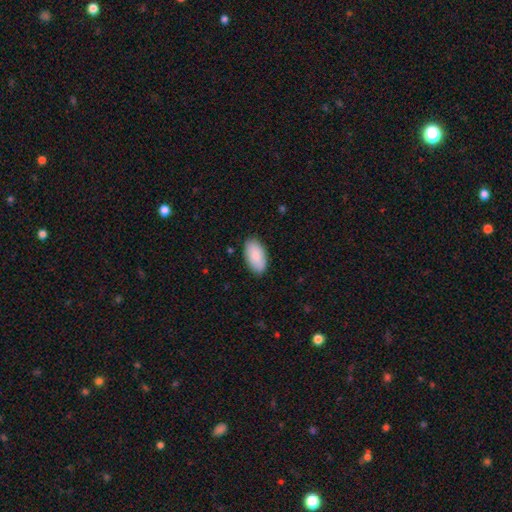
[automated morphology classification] smooth 87%, featured or disk 7%, star or artifact 6%. Down the decision tree: how rounded — in between (95%); merging — none (87%).